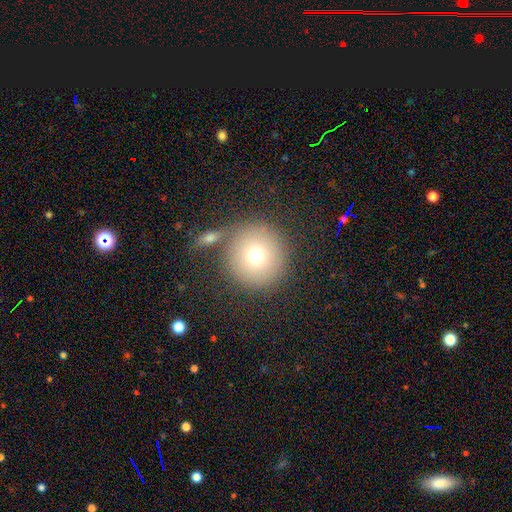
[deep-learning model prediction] Smooth or featured? Predicted: smooth (p=0.74). How rounded? Predicted: round (p=0.95). Merging? Predicted: none (p=0.75).